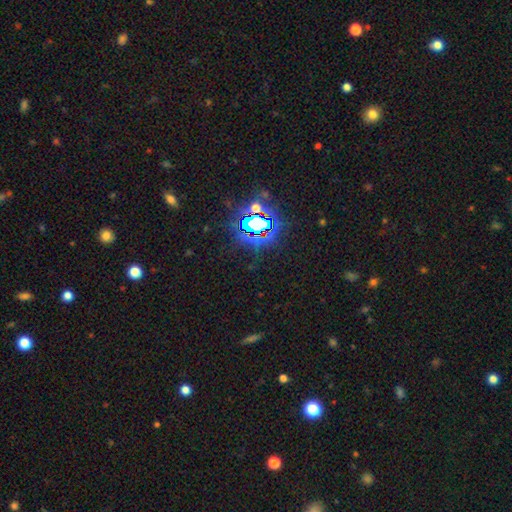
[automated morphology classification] Smooth or featured? Predicted: star or artifact (p=0.81).